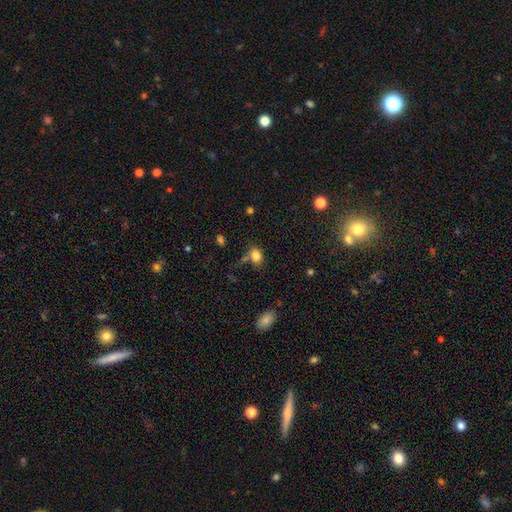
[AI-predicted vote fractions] smooth 82%, star or artifact 11%, featured or disk 7%. Down the decision tree: how rounded — in between (70%); merging — none (60%).